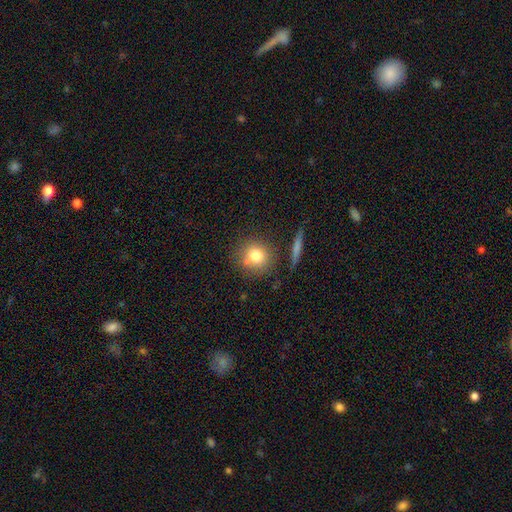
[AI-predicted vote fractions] Smooth or featured? Predicted: smooth (p=0.77). How rounded? Predicted: round (p=0.88). Merging? Predicted: none (p=0.71).